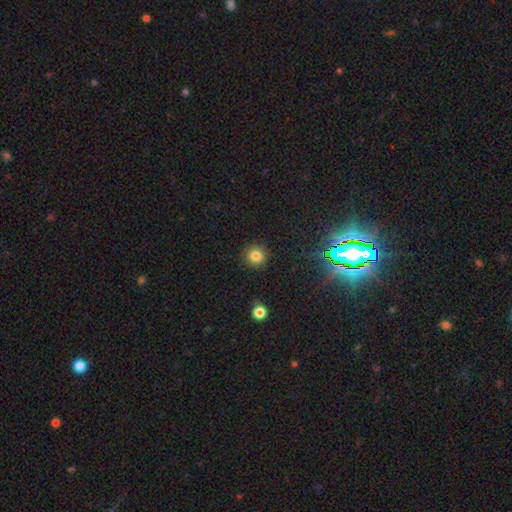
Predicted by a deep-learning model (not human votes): smooth_or_featured: smooth (p=0.81) [alt: star or artifact p=0.13]
how_rounded: round (p=0.88) [alt: in between p=0.11]
merging: none (p=0.89) [alt: minor disturbance p=0.07]